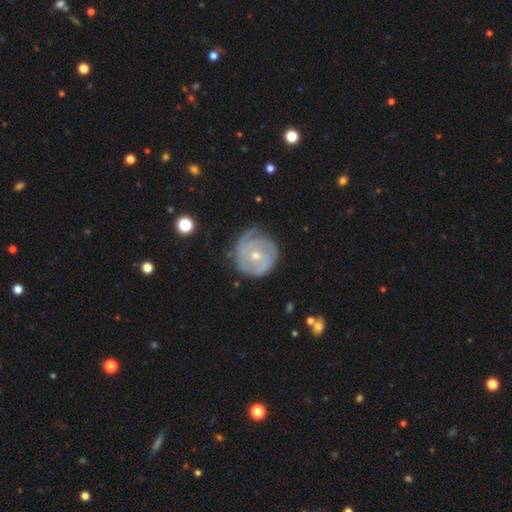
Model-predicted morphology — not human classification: Smooth or featured? featured or disk (80%)
Edge-on disk? no (97%)
Bar? no (71%)
Spiral arms? yes (93%)
Spiral winding? tight (66%)
Spiral arm count? can't tell (31%)
Bulge size? small (60%)
Merging? none (66%)